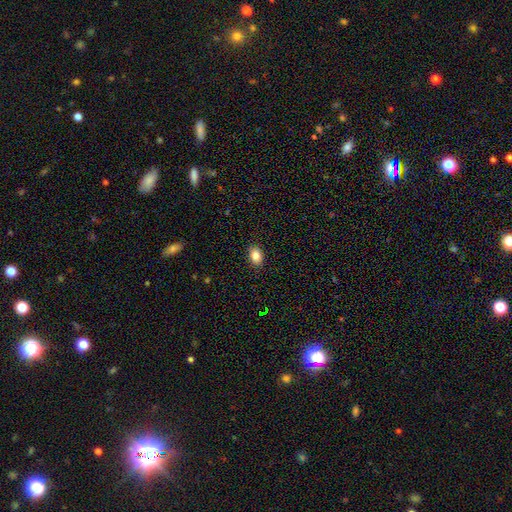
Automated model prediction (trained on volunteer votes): smooth-or-featured: smooth: 85% | star or artifact: 9% | featured or disk: 6%
  how-rounded: in between: 77% | round: 22% | cigar-shaped: 1%
  merging: none: 90% | minor disturbance: 7% | major disturbance: 2% | merger: 1%